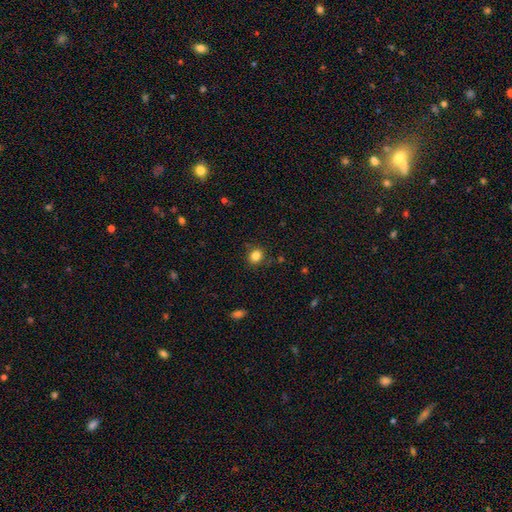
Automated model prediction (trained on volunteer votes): smooth 83%, star or artifact 12%, featured or disk 5%. Down the decision tree: how rounded — round (76%); merging — none (85%).